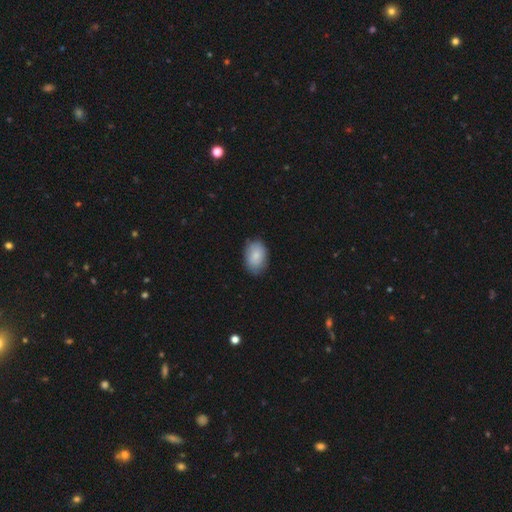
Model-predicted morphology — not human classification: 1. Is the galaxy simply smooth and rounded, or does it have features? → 84% smooth, 9% featured or disk, 6% star or artifact.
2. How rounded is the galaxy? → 84% in between, 15% round, 1% cigar-shaped.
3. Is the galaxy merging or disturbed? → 80% none, 16% minor disturbance, 3% major disturbance, 1% merger.